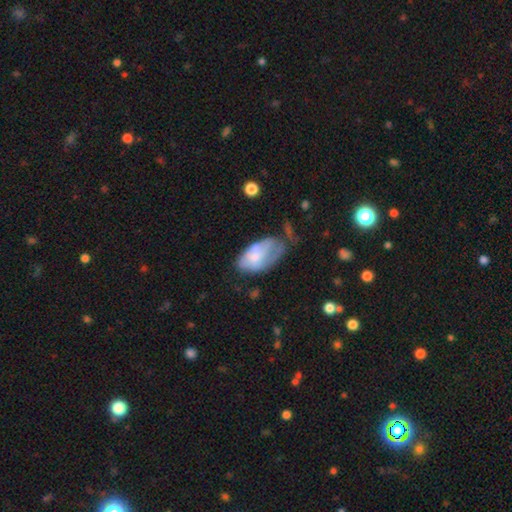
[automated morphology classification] smooth_or_featured: smooth (p=0.52) [alt: featured or disk p=0.41]
how_rounded: in between (p=0.93) [alt: round p=0.05]
merging: minor disturbance (p=0.33) [alt: major disturbance p=0.29]